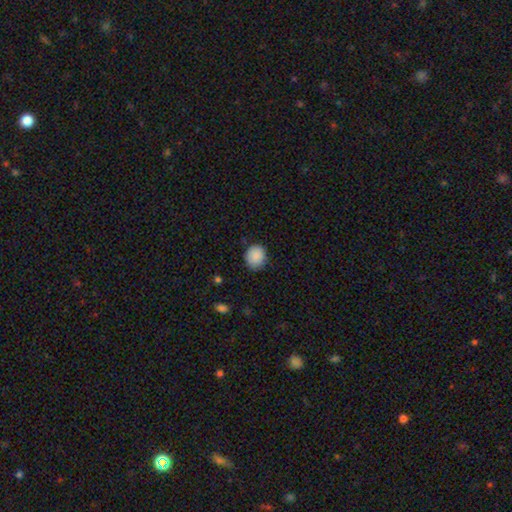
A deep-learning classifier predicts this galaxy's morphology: Smooth or featured? Predicted: smooth (p=0.89). How rounded? Predicted: round (p=0.76). Merging? Predicted: none (p=0.83).